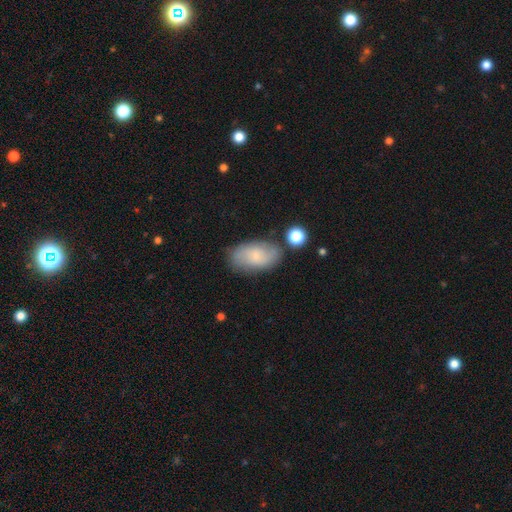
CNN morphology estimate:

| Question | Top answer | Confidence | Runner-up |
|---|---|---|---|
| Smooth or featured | smooth | 56% | featured or disk (35%) |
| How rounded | in between | 92% | round (6%) |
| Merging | none | 71% | minor disturbance (18%) |